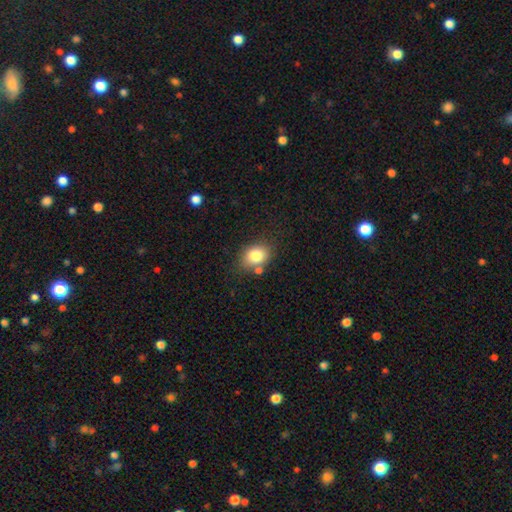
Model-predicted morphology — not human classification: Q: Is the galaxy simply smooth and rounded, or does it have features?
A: smooth — 81%.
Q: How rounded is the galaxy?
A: in between — 60%.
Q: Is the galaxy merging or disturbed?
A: none — 67%.